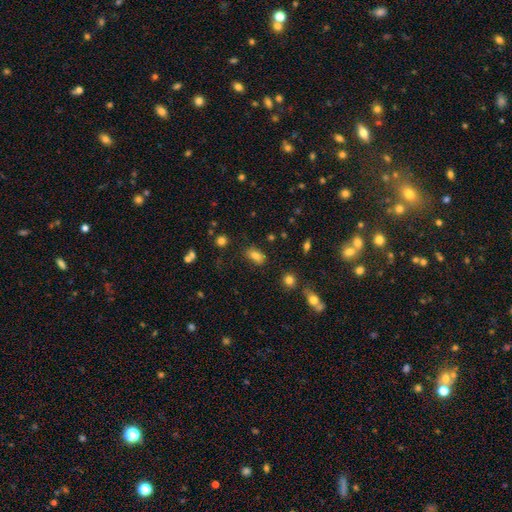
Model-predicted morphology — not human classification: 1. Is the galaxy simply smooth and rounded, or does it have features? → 78% smooth, 12% star or artifact, 10% featured or disk.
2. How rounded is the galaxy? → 84% in between, 11% round, 5% cigar-shaped.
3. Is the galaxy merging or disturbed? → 76% none, 16% minor disturbance, 4% major disturbance, 3% merger.